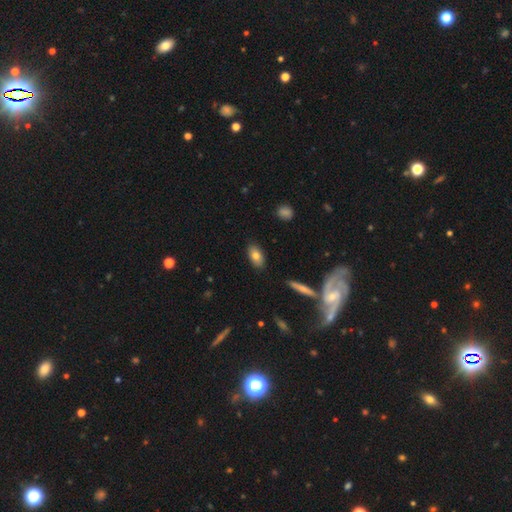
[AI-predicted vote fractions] The model was most divided on "smooth or featured": smooth: 78%, featured or disk: 14%, star or artifact: 8%. More confident: how rounded — in between (90%); merging — none (86%).